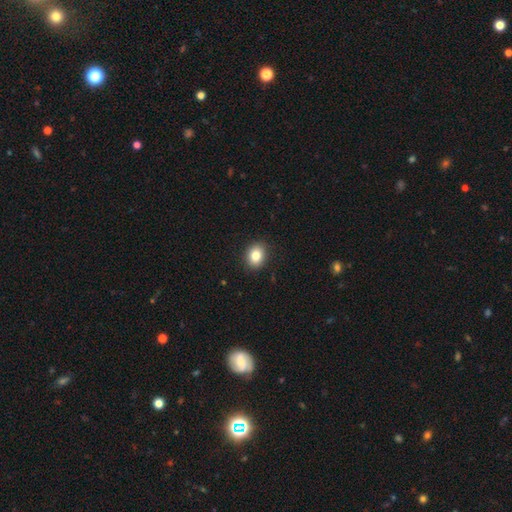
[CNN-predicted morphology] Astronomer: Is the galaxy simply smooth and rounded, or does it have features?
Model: smooth — 84%.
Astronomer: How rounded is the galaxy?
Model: in between — 50% (runner-up: round, 49%).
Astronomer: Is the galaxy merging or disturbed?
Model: none — 89%.